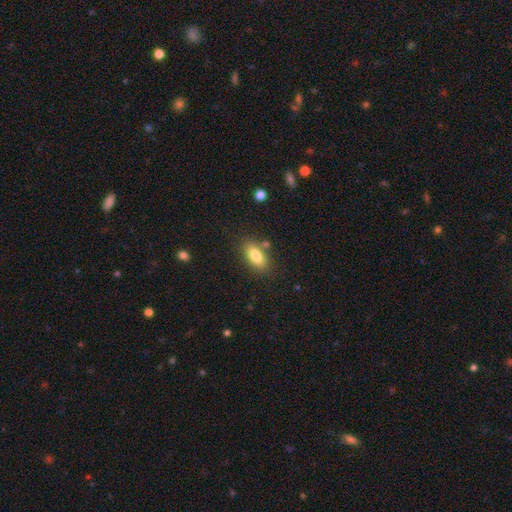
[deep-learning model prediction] This is clearly a smooth galaxy (81%). How rounded: clearly in between (86%). Merging: likely none (80%).